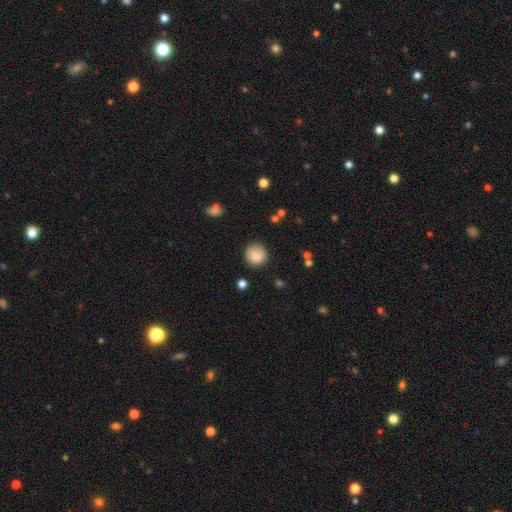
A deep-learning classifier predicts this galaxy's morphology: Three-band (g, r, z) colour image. It shows a smooth galaxy with no disk features (83%) that is round (91%). Merging: none (80%).